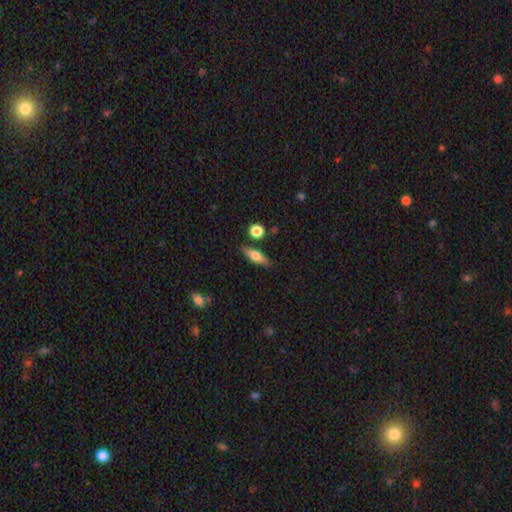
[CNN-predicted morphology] smooth_or_featured: smooth (p=0.59) [alt: featured or disk p=0.33]
how_rounded: cigar-shaped (p=0.48) [alt: in between p=0.47]
merging: none (p=0.83) [alt: minor disturbance p=0.10]